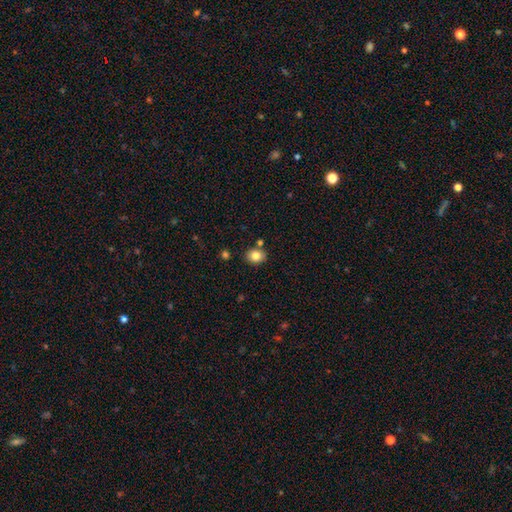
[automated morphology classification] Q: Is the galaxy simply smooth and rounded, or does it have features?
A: smooth — 83%.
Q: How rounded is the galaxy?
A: round — 53%.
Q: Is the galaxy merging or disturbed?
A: none — 80%.